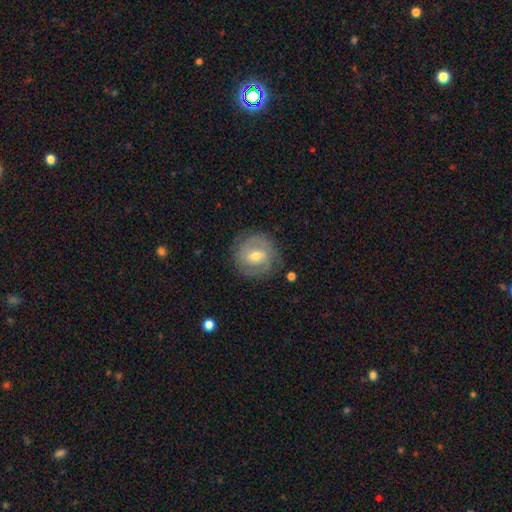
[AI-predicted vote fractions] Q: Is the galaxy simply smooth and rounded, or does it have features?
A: featured or disk — 74%.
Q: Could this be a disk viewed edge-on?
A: no — 97%.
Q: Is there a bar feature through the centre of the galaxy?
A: weak — 53%.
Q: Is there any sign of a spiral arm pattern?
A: yes — 89%.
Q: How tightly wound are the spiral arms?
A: tight — 57%.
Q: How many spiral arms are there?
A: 2 — 59%.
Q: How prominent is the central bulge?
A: moderate — 56%.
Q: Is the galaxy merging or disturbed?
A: none — 81%.